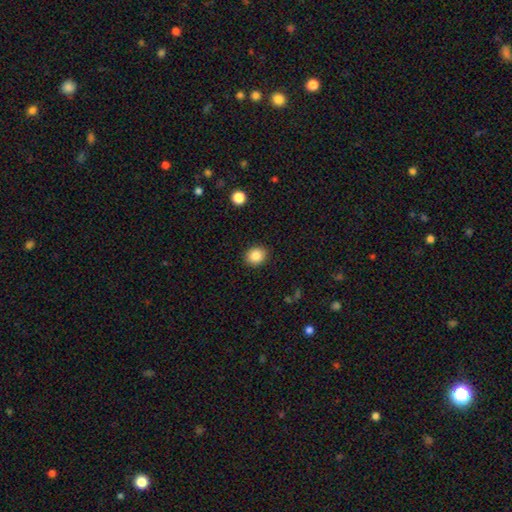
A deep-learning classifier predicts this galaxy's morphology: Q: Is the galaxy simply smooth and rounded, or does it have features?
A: smooth — 87%.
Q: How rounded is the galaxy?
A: round — 70%.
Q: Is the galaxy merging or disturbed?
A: none — 90%.